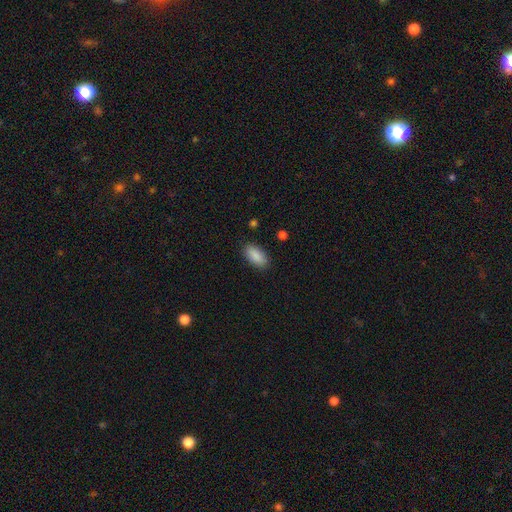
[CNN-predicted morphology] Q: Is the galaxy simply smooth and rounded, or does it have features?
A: smooth — 90%.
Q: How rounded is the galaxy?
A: in between — 91%.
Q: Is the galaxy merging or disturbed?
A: none — 88%.